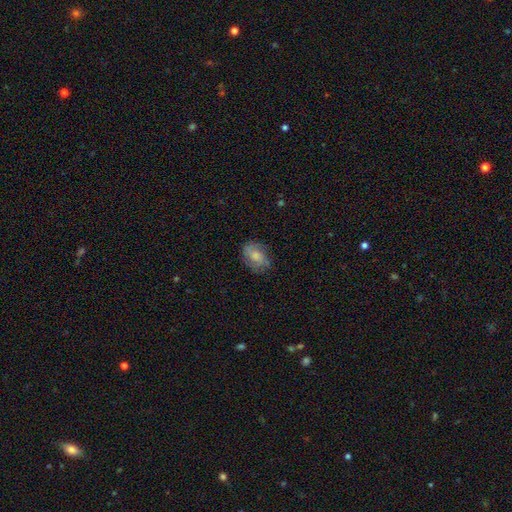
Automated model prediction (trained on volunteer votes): Smooth or featured? smooth (55%)
How rounded? in between (74%)
Merging? none (70%)